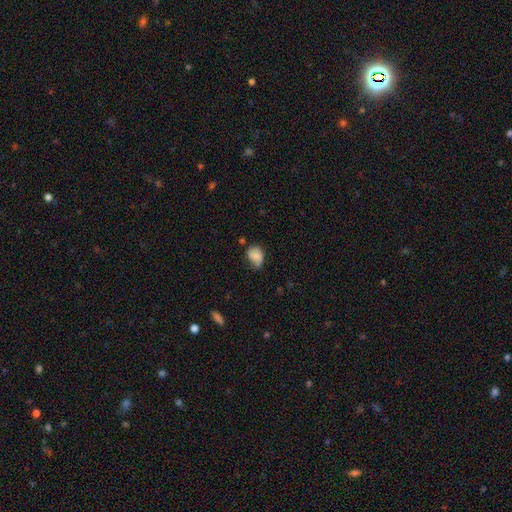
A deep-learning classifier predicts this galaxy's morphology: smooth-or-featured: smooth: 71% | featured or disk: 20% | star or artifact: 9%
  how-rounded: in between: 63% | round: 36% | cigar-shaped: 1%
  merging: none: 42% | minor disturbance: 39% | major disturbance: 16% | merger: 4%